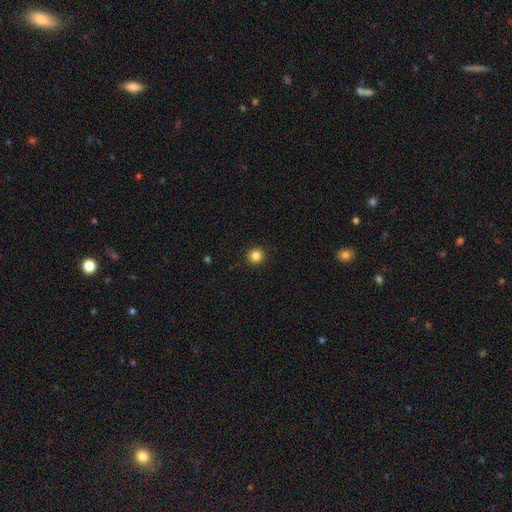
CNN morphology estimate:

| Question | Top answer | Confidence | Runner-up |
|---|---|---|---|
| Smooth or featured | smooth | 85% | star or artifact (11%) |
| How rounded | round | 94% | in between (5%) |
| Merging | none | 93% | minor disturbance (5%) |